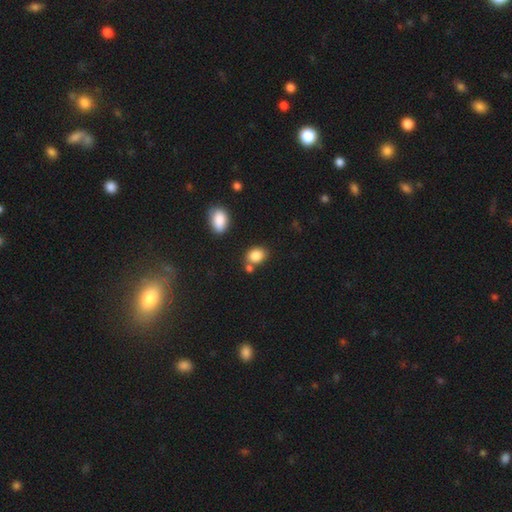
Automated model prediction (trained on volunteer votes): The model was most divided on "how rounded": in between: 60%, round: 39%, cigar-shaped: 1%. More confident: smooth or featured — smooth (85%); merging — none (65%).